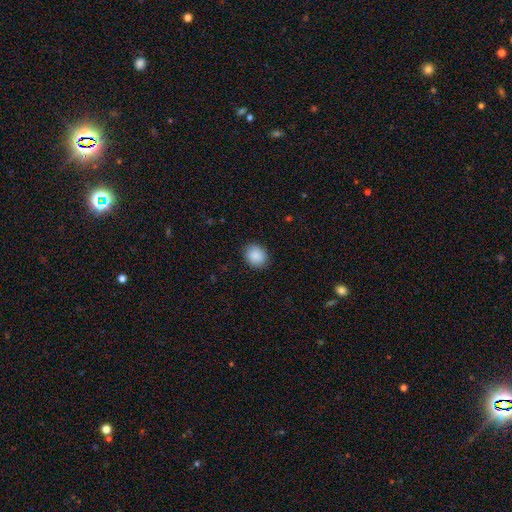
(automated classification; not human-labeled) smooth 89%, star or artifact 8%, featured or disk 3%. Down the decision tree: how rounded — round (61%); merging — none (89%).